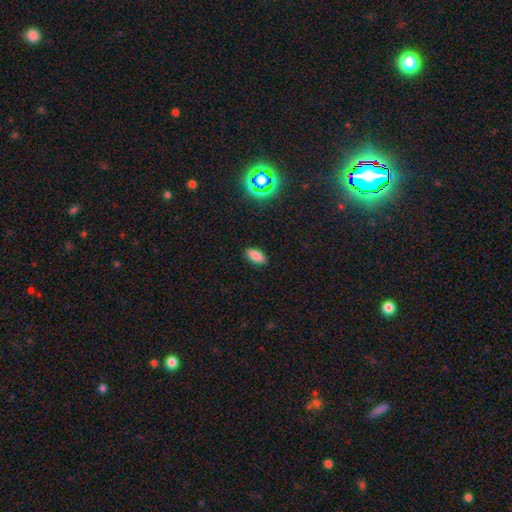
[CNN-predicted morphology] Overall: smooth (82%). How rounded: in between (88%). Merging: none (89%).